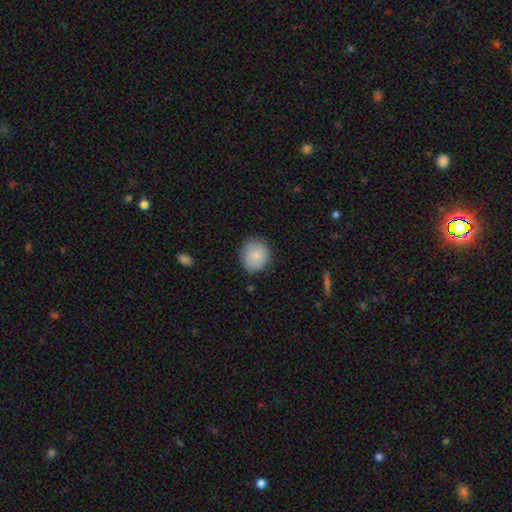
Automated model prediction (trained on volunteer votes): This appears to be a smooth galaxy with no disk features (81%) that is round (76%). Merging: none (81%).